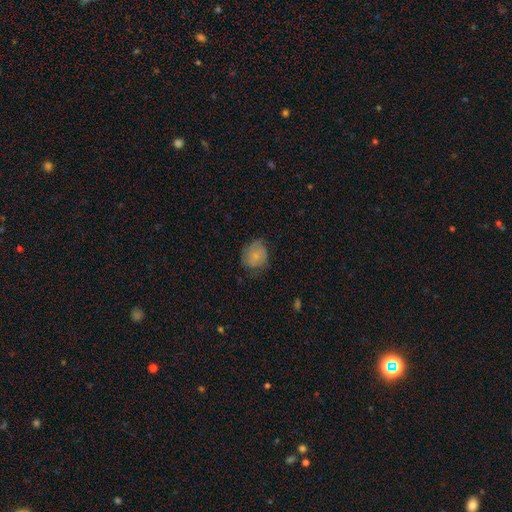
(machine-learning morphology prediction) A smooth galaxy with no disk features (72%) that is round (58%).

Vote fractions:
- Smooth or featured? smooth: 72% / featured or disk: 20% / star or artifact: 8%
- How rounded? round: 58% / in between: 41% / cigar-shaped: 1%
- Merging? none: 57% / minor disturbance: 31% / major disturbance: 11% / merger: 1%